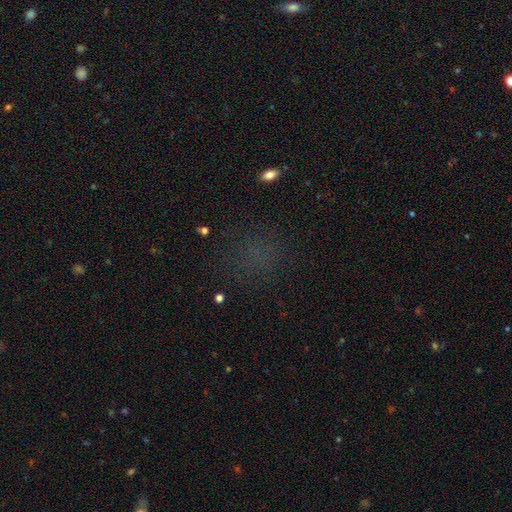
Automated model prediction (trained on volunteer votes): Smooth or featured? smooth (48%)
Merging? none (74%)